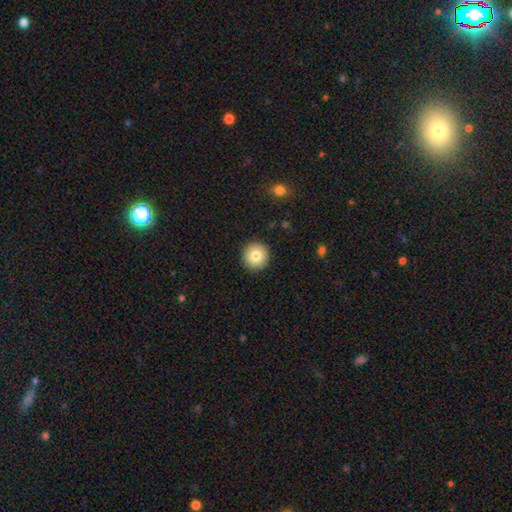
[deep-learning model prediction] Smooth or featured?
  - smooth: 81% *
  - featured or disk: 11%
  - star or artifact: 9%
How rounded?
  - round: 96% *
  - in between: 3%
  - cigar-shaped: 1%
Merging?
  - none: 92% *
  - minor disturbance: 5%
  - major disturbance: 2%
  - merger: 1%